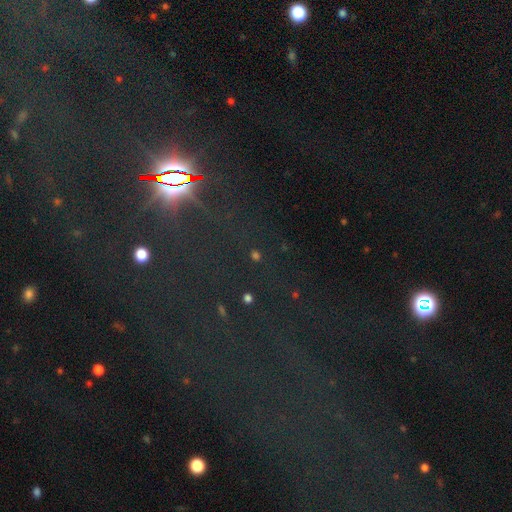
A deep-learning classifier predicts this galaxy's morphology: star or artifact 74%, smooth 17%, featured or disk 9%.